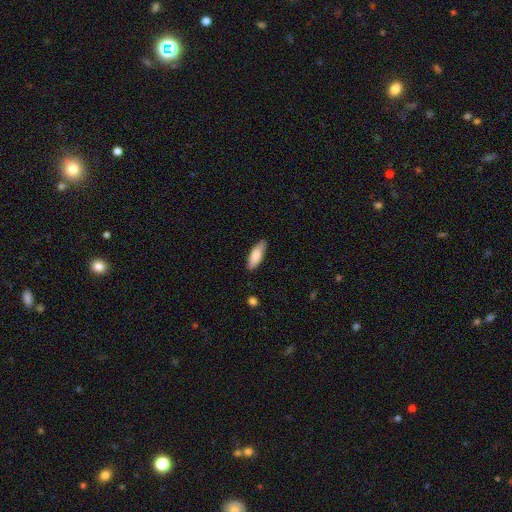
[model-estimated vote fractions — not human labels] Smooth or featured? Predicted: smooth (p=0.84). How rounded? Predicted: in between (p=0.69). Merging? Predicted: none (p=0.81).